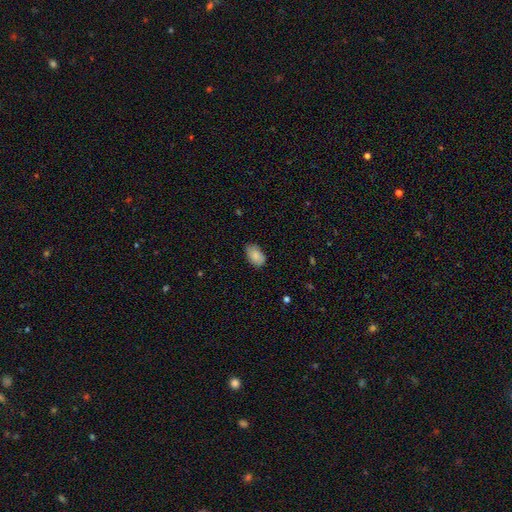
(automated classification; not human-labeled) A smooth galaxy with no disk features (83%) that is in between round and cigar-shaped (92%). Merging: none (76%).